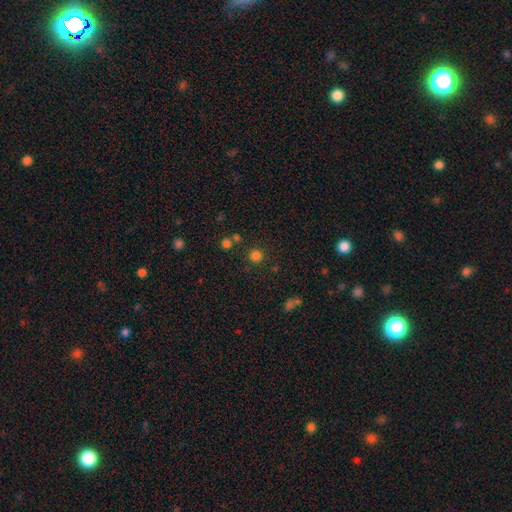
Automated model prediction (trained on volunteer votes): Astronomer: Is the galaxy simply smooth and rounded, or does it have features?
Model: smooth — 79%.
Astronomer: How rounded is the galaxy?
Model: round — 94%.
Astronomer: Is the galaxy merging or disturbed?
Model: none — 83%.